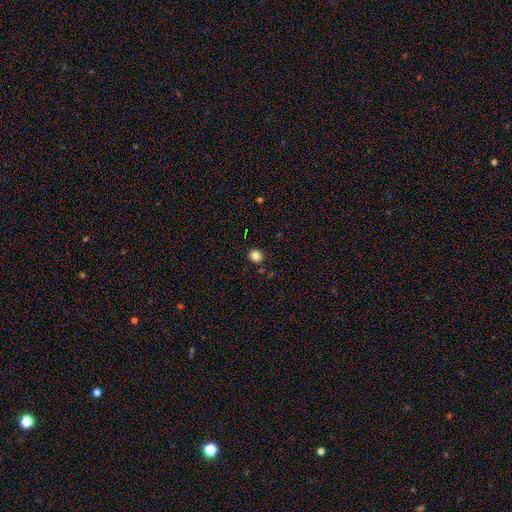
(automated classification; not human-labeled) smooth 82%, star or artifact 12%, featured or disk 6%. Down the decision tree: how rounded — round (78%); merging — none (88%).